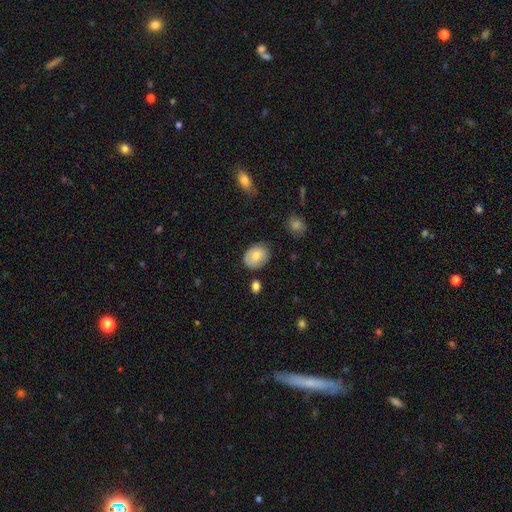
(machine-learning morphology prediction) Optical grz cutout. It shows a smooth galaxy with no disk features (80%) that is in between round and cigar-shaped (63%). Merging: none (77%).